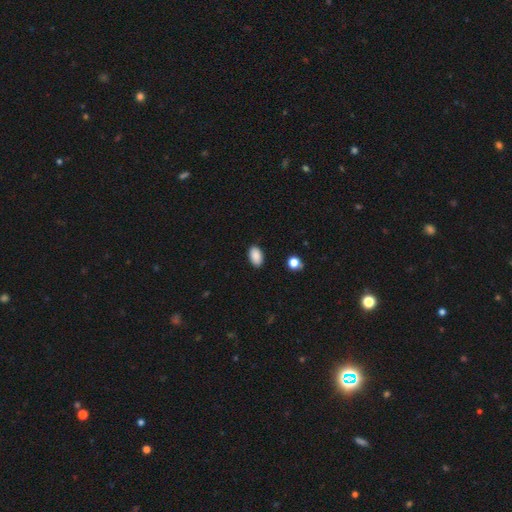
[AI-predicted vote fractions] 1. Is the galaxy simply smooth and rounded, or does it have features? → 89% smooth, 8% star or artifact, 4% featured or disk.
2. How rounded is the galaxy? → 92% in between, 6% round, 2% cigar-shaped.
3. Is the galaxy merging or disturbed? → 88% none, 9% minor disturbance, 2% major disturbance, 1% merger.